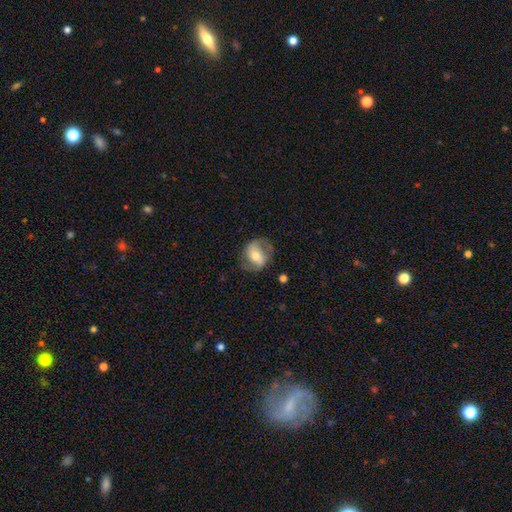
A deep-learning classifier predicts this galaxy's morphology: A featured or disk galaxy (55%) with a strong bar (35%), spiral arms (72%) and a moderate central bulge (60%).

Vote fractions:
- Smooth or featured? featured or disk: 55% / smooth: 38% / star or artifact: 7%
- Edge-on disk? no: 95% / yes: 5%
- Bar? strong: 35% / weak: 34% / no: 32%
- Spiral arms? yes: 72% / no: 28%
- Bulge size? moderate: 60% / small: 29% / large: 7% / none: 2% / dominant: 1%
- Merging? none: 69% / minor disturbance: 19% / major disturbance: 10% / merger: 2%